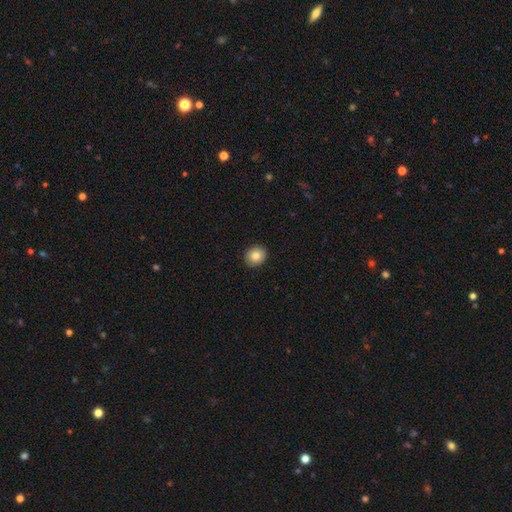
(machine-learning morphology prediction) A smooth galaxy with no disk features (84%) that is round (73%). Merging: none (91%).